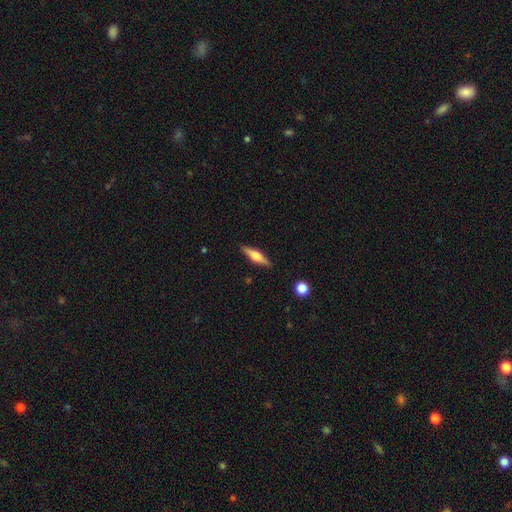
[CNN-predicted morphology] smooth_or_featured: featured or disk (p=0.52) [alt: smooth p=0.42]
disk_edge_on: yes (p=0.96) [alt: no p=0.04]
edge_on_bulge: rounded (p=0.88) [alt: boxy p=0.09]
merging: none (p=0.89) [alt: minor disturbance p=0.08]